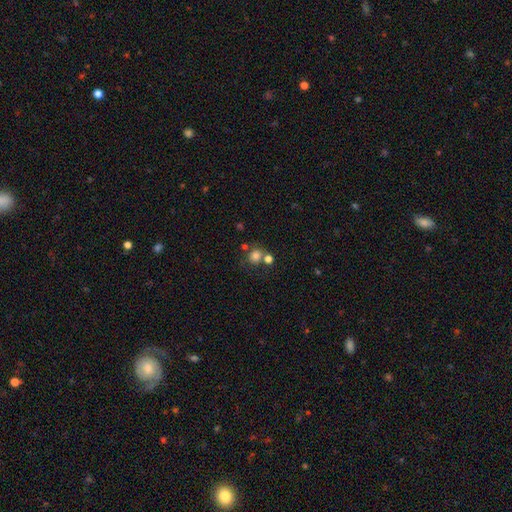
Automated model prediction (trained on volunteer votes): The model was most divided on "merging": none: 57%, merger: 26%, minor disturbance: 11%, major disturbance: 6%. More confident: how rounded — round (85%); smooth or featured — smooth (77%).